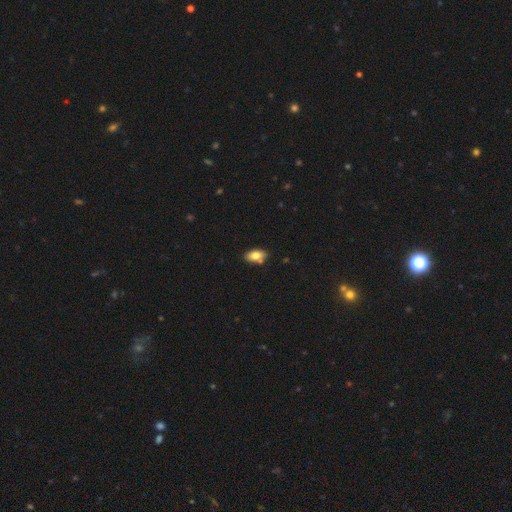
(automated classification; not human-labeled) The model was most divided on "merging": none: 77%, minor disturbance: 14%, merger: 7%, major disturbance: 2%. More confident: how rounded — in between (91%); smooth or featured — smooth (80%).